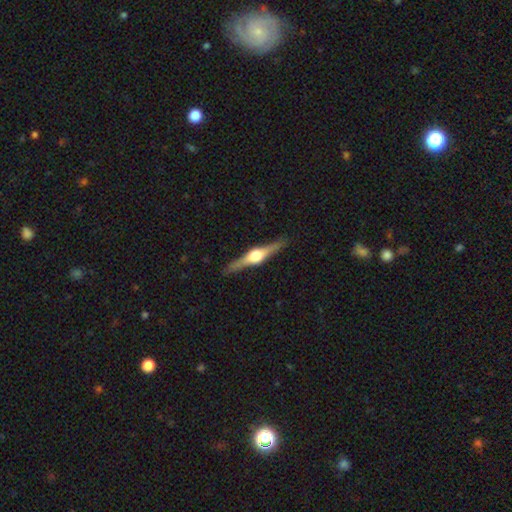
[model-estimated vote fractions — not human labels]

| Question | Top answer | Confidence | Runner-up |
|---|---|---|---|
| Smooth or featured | featured or disk | 81% | smooth (14%) |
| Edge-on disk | yes | 98% | no (2%) |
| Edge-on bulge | rounded | 94% | boxy (5%) |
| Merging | none | 90% | minor disturbance (7%) |